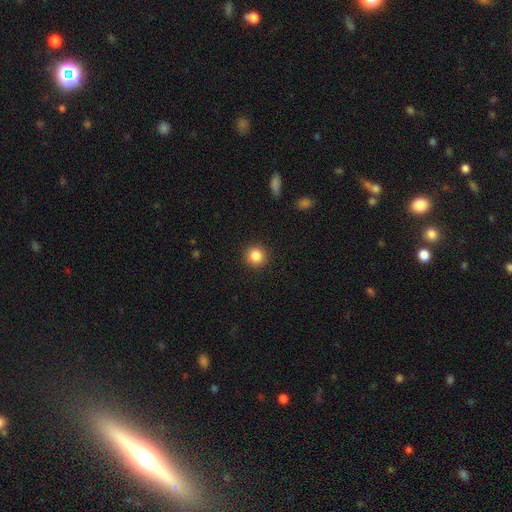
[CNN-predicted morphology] smooth_or_featured: smooth (p=0.86) [alt: star or artifact p=0.10]
how_rounded: round (p=0.91) [alt: in between p=0.08]
merging: none (p=0.91) [alt: minor disturbance p=0.06]